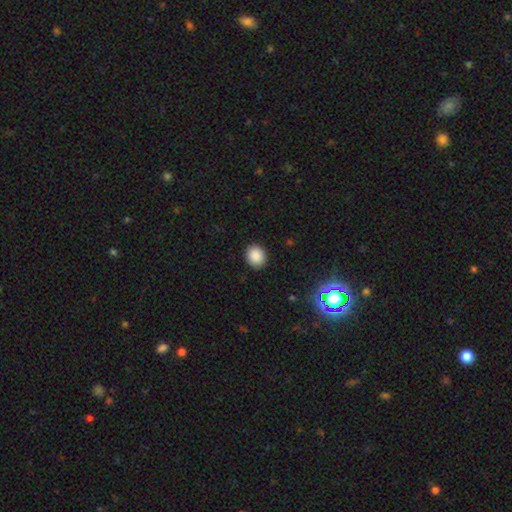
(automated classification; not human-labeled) Smooth or featured? smooth (88%)
How rounded? round (74%)
Merging? none (91%)